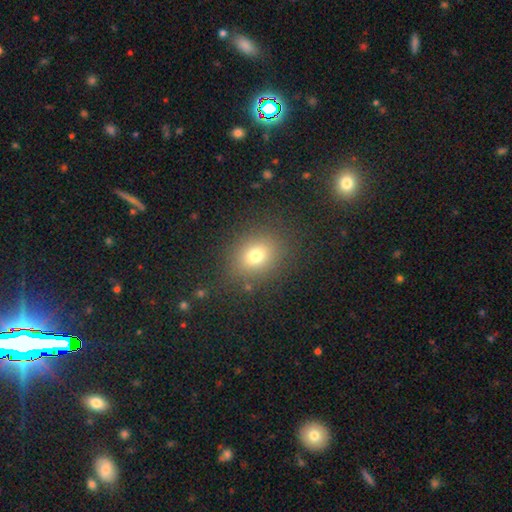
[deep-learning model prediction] Smooth or featured? Predicted: smooth (p=0.74). How rounded? Predicted: round (p=0.56). Merging? Predicted: none (p=0.84).